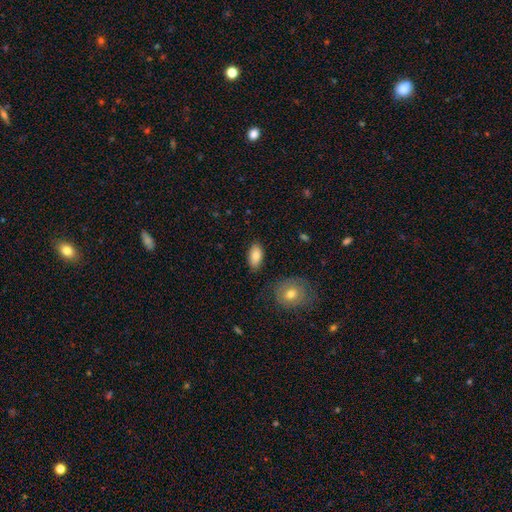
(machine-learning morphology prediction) Overall: smooth (84%). How rounded: in between (93%). Merging: none (84%).